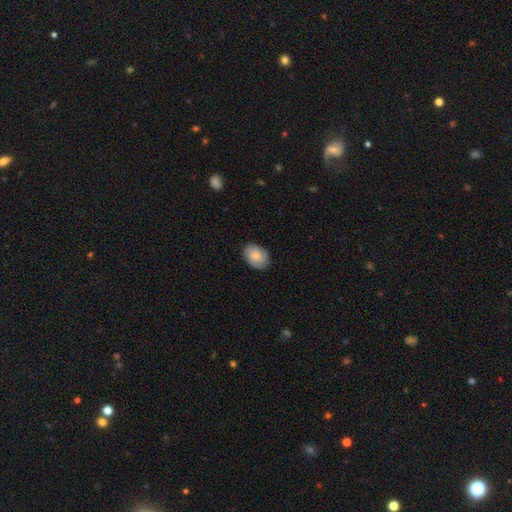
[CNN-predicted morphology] The model was most divided on "smooth or featured": smooth: 71%, featured or disk: 22%, star or artifact: 6%. More confident: merging — none (81%); how rounded — in between (76%).